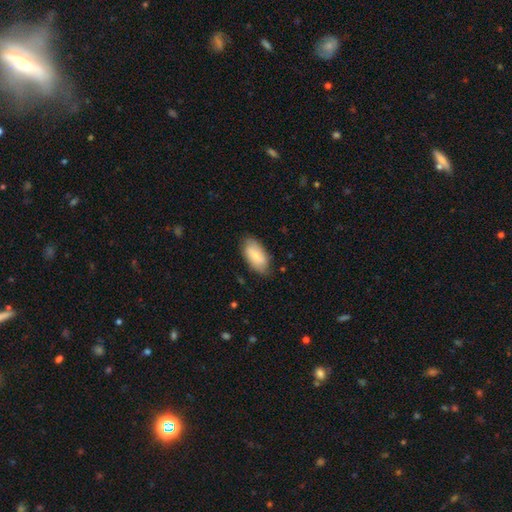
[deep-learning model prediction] Smooth or featured? Predicted: smooth (p=0.76). How rounded? Predicted: in between (p=0.93). Merging? Predicted: none (p=0.76).